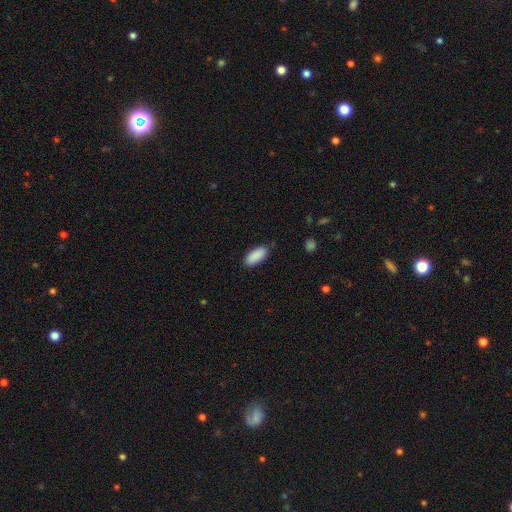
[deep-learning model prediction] A smooth galaxy with no disk features (90%) that is in between round and cigar-shaped (85%). Merging: none (85%).